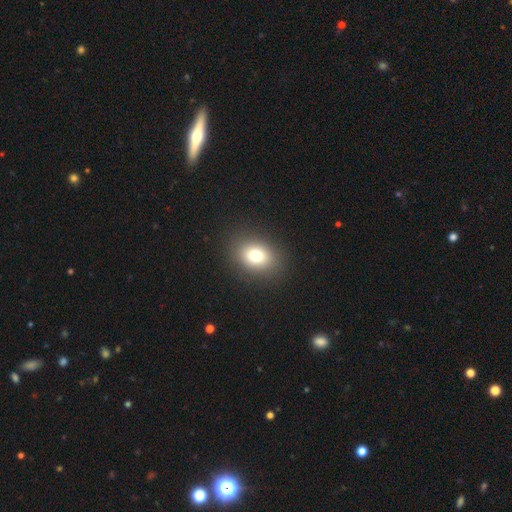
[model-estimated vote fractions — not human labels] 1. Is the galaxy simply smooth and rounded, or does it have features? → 76% smooth, 13% star or artifact, 11% featured or disk.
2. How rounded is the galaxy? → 58% in between, 40% round, 1% cigar-shaped.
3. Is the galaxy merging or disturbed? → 88% none, 8% minor disturbance, 4% major disturbance, 1% merger.